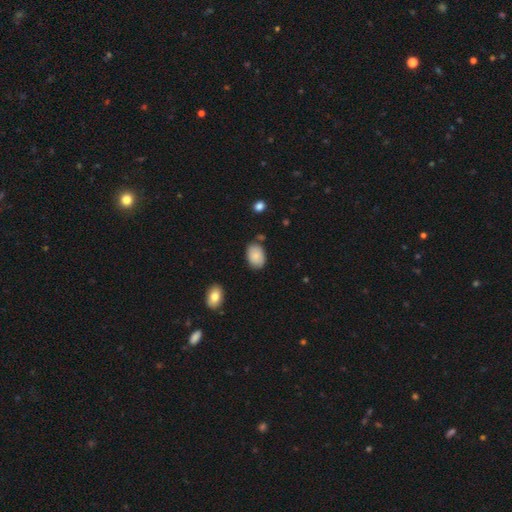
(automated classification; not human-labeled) Smooth or featured? smooth (86%)
How rounded? in between (86%)
Merging? none (77%)